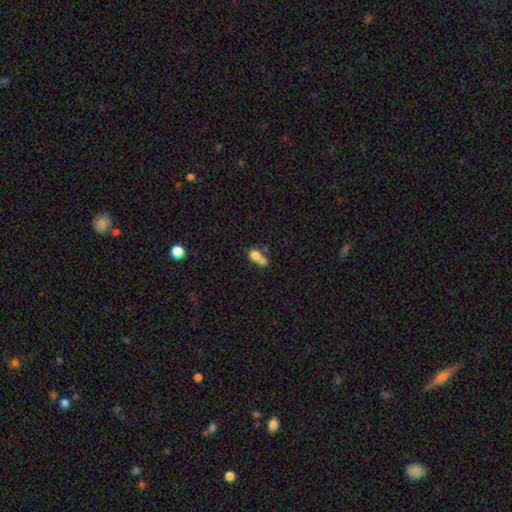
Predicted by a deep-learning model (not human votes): Overall: smooth (71%). How rounded: in between (52%; round 43%). Merging: merger (61%; none 23%).